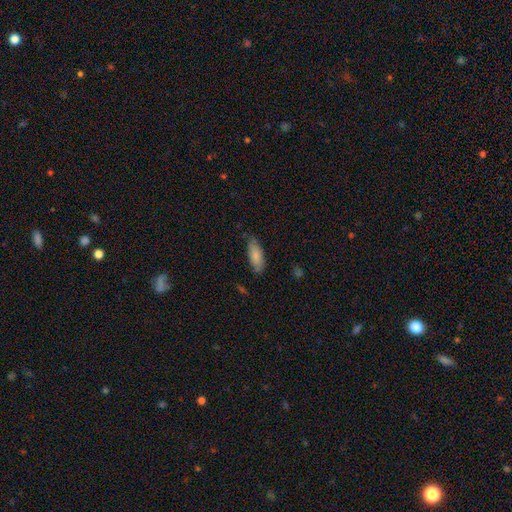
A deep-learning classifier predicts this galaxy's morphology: smooth_or_featured: smooth (p=0.82) [alt: featured or disk p=0.12]
how_rounded: in between (p=0.79) [alt: cigar-shaped p=0.20]
merging: none (p=0.69) [alt: minor disturbance p=0.25]